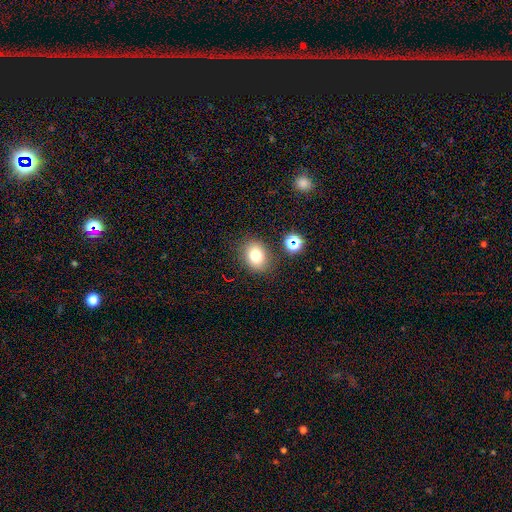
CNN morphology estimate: The model was most divided on "how rounded": in between: 58%, round: 41%, cigar-shaped: 1%. More confident: merging — none (81%); smooth or featured — smooth (77%).